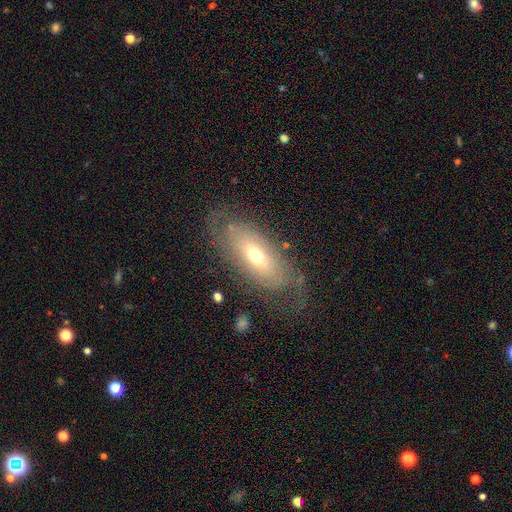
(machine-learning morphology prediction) Smooth or featured? featured or disk (54%)
Edge-on disk? no (81%)
Merging? none (65%)